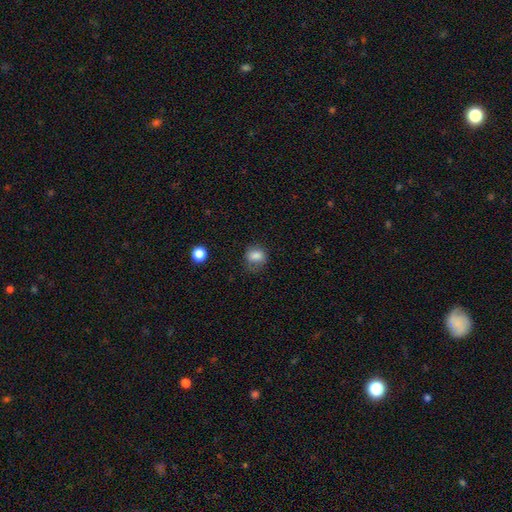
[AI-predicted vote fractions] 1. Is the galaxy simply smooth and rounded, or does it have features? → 83% smooth, 10% star or artifact, 8% featured or disk.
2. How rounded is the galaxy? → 60% round, 39% in between, 1% cigar-shaped.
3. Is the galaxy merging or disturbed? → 59% none, 27% minor disturbance, 12% major disturbance, 2% merger.